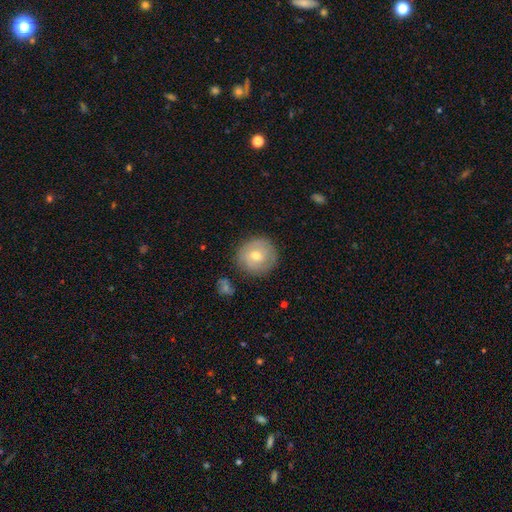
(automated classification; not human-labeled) A smooth galaxy with no disk features (56%) that is round (93%). Merging: none (83%).